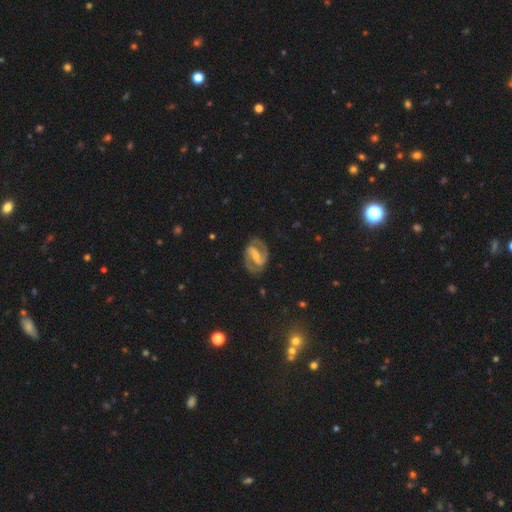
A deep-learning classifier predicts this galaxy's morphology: type=featured or disk (90%); edge-on=no (98%); bar=strong (56%); spiral arms=yes (97%); winding=medium (56%); arm count=2 (93%); bulge=small (49%); merging=none (82%).